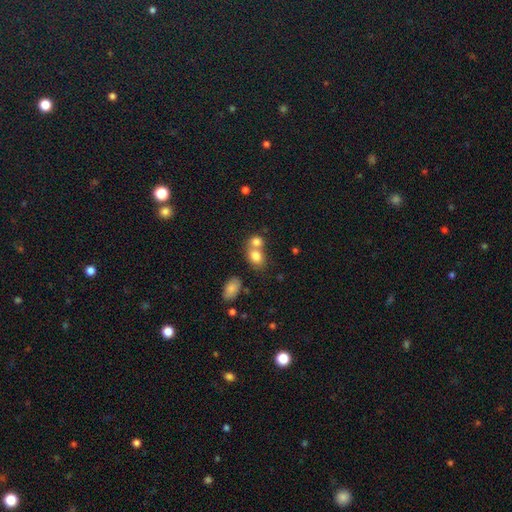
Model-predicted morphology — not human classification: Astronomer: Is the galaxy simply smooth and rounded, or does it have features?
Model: smooth — 79%.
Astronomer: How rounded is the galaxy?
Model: round — 50% (runner-up: in between, 49%).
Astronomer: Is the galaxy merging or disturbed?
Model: merger — 56% (runner-up: none, 34%).